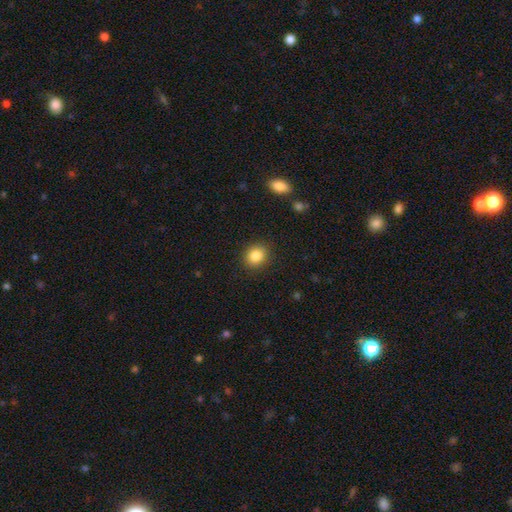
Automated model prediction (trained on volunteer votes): This appears to be a smooth galaxy with no disk features (85%) that is round (71%). Merging: none (89%).